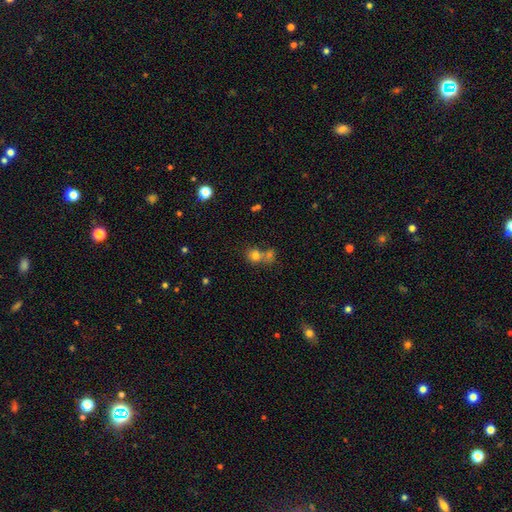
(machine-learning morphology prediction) smooth 76%, star or artifact 14%, featured or disk 10%. Down the decision tree: how rounded — round (77%); merging — none (45%).